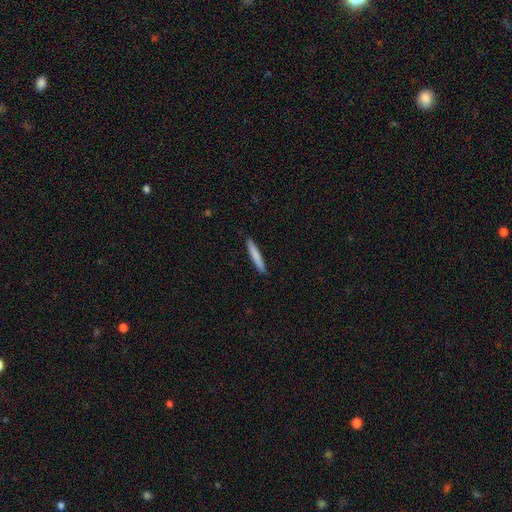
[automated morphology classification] smooth 81%, featured or disk 14%, star or artifact 5%. Down the decision tree: how rounded — cigar-shaped (94%); merging — none (91%).